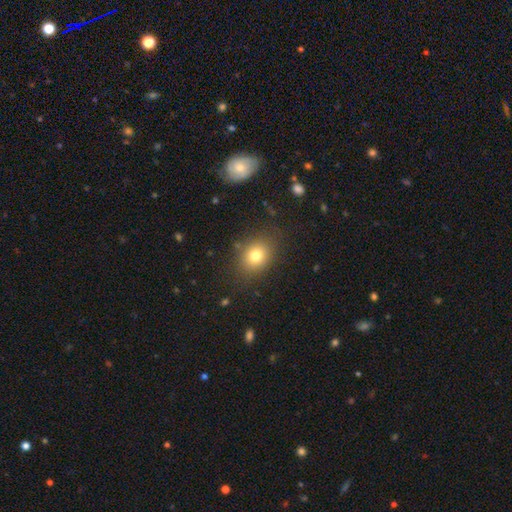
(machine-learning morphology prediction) smooth_or_featured: smooth (p=0.77) [alt: star or artifact p=0.13]
how_rounded: round (p=0.51) [alt: in between p=0.48]
merging: none (p=0.82) [alt: minor disturbance p=0.11]